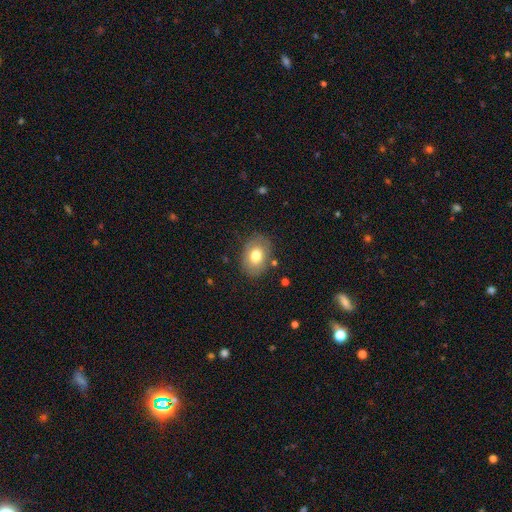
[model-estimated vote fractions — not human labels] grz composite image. It shows a smooth galaxy with no disk features (72%) that is in between round and cigar-shaped (72%). Merging: none (81%).